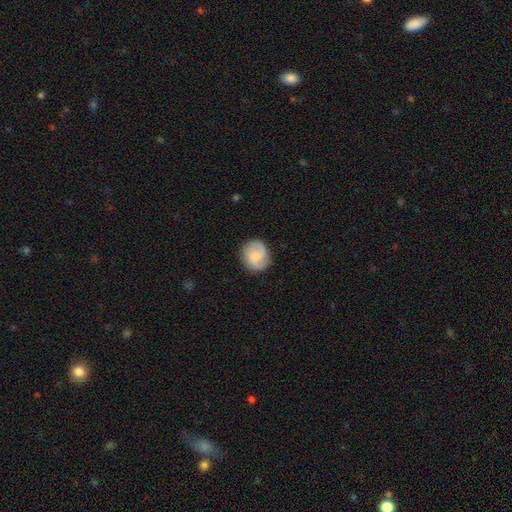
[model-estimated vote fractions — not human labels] Overall: smooth (53%; featured or disk 39%). How rounded: round (80%). Merging: none (83%).